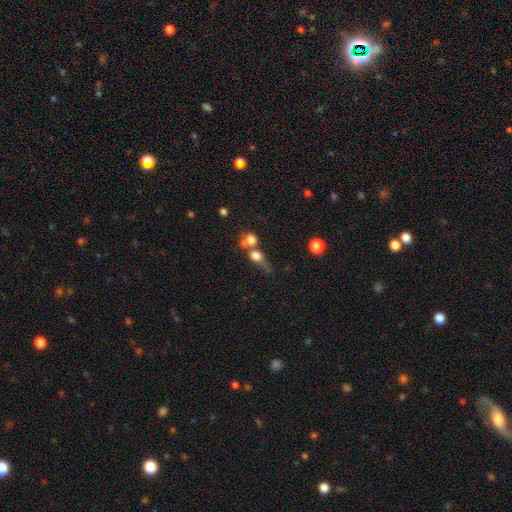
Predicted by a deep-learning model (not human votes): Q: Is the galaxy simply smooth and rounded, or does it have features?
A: smooth — 71%.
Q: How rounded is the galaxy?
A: round — 64%.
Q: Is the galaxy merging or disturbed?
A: merger — 53%.